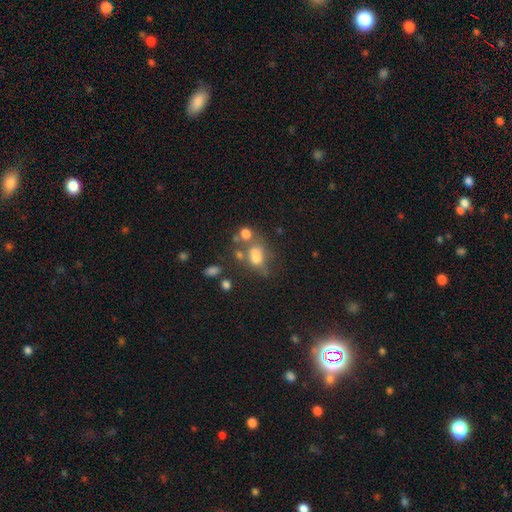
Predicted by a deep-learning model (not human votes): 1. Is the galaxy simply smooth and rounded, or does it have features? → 66% smooth, 19% featured or disk, 15% star or artifact.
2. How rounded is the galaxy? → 77% in between, 20% round, 4% cigar-shaped.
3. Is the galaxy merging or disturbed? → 34% none, 29% merger, 19% minor disturbance, 19% major disturbance.